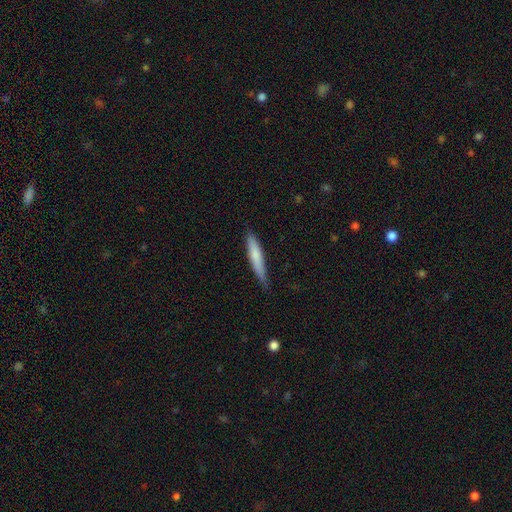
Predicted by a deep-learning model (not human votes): Overall: smooth (73%). How rounded: cigar-shaped (92%). Merging: none (75%).